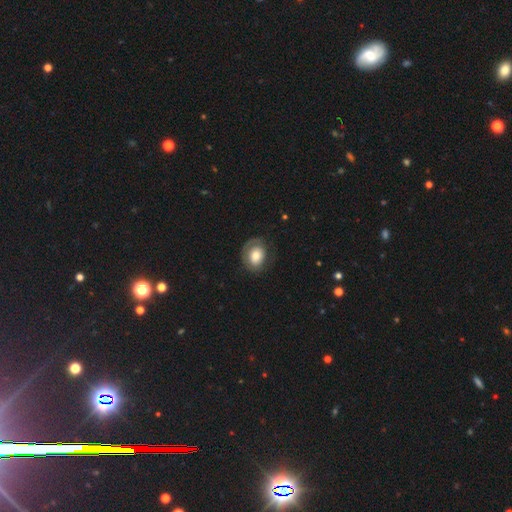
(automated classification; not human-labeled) smooth-or-featured: smooth: 63% | featured or disk: 30% | star or artifact: 7%
  how-rounded: in between: 51% | round: 48% | cigar-shaped: 1%
  merging: none: 67% | minor disturbance: 20% | major disturbance: 12% | merger: 1%